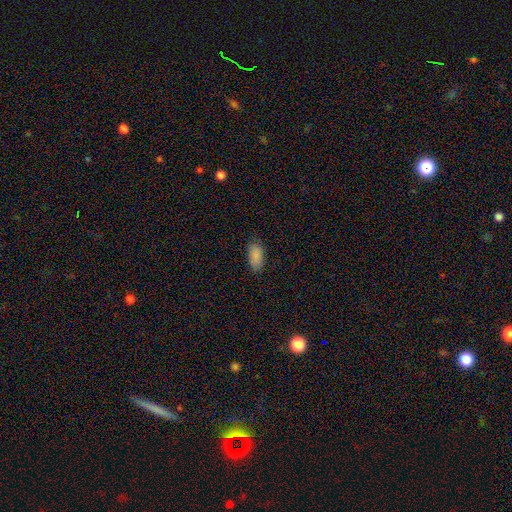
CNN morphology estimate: Overall: smooth (87%). How rounded: in between (90%). Merging: none (81%).